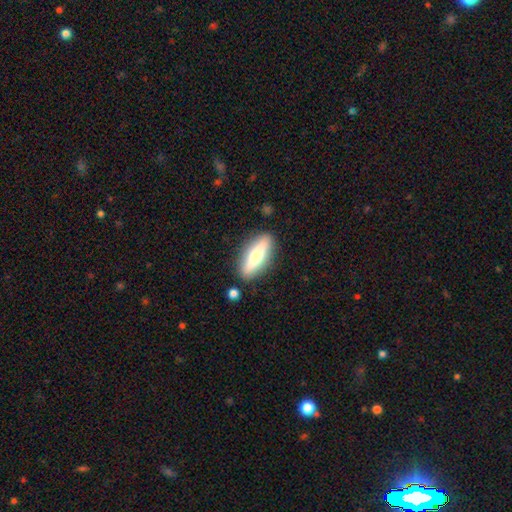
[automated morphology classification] smooth_or_featured: smooth (p=0.49) [alt: featured or disk p=0.45]
merging: none (p=0.87) [alt: minor disturbance p=0.08]